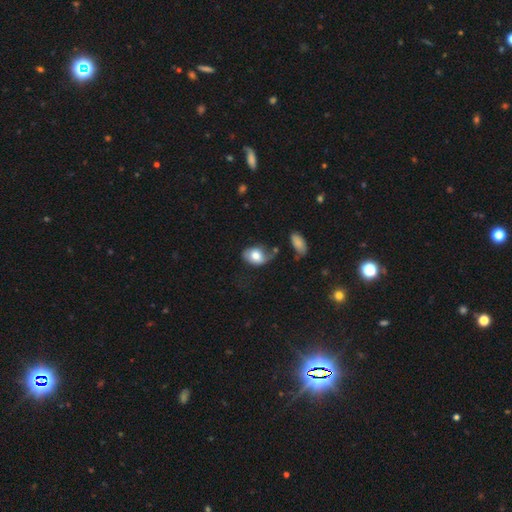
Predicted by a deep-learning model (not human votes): Smooth or featured: smooth — 72% (featured or disk — 21%)
How rounded: in between — 79% (round — 20%)
Merging: none — 41% (minor disturbance — 31%)